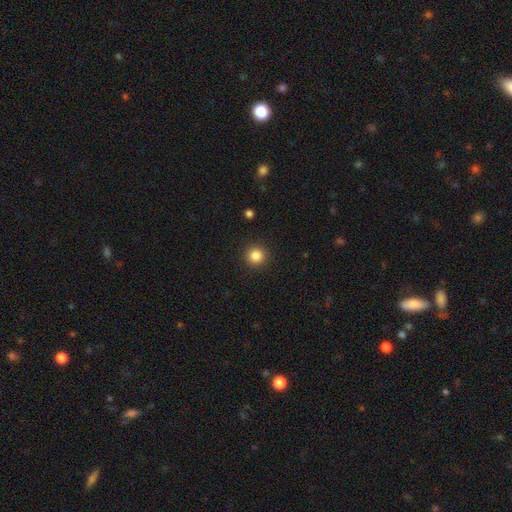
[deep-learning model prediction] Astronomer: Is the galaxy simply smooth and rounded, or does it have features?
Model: smooth — 84%.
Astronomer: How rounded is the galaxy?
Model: round — 95%.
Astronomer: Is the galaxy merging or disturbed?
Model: none — 92%.